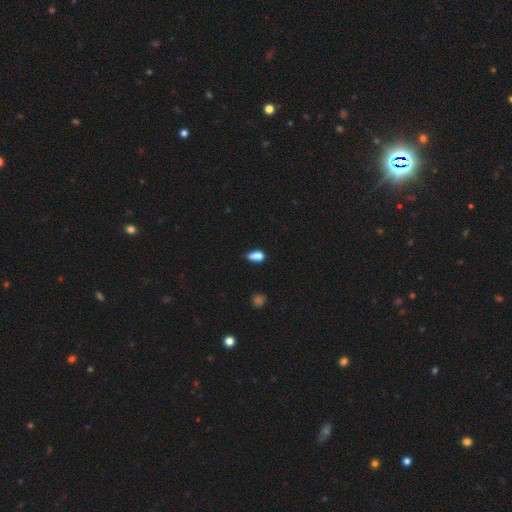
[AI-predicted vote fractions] Overall: smooth (84%). How rounded: in between (84%). Merging: none (58%; minor disturbance 30%).